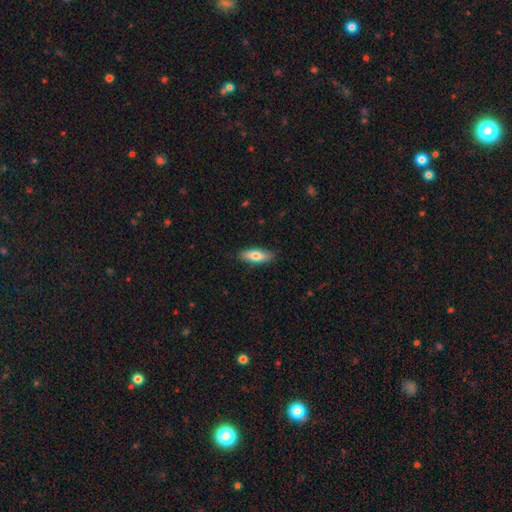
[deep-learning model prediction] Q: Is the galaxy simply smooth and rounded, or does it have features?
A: smooth — 72%.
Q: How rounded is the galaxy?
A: in between — 61%.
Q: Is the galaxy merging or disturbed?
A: none — 87%.